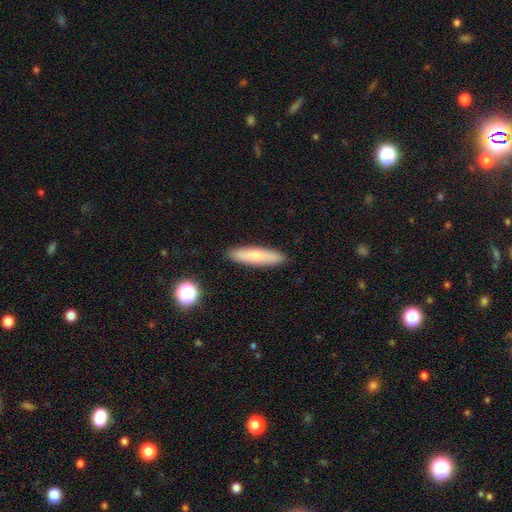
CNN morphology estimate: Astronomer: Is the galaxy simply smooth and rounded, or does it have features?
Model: smooth — 74%.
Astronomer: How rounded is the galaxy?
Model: cigar-shaped — 81%.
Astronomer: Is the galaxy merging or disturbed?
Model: none — 90%.